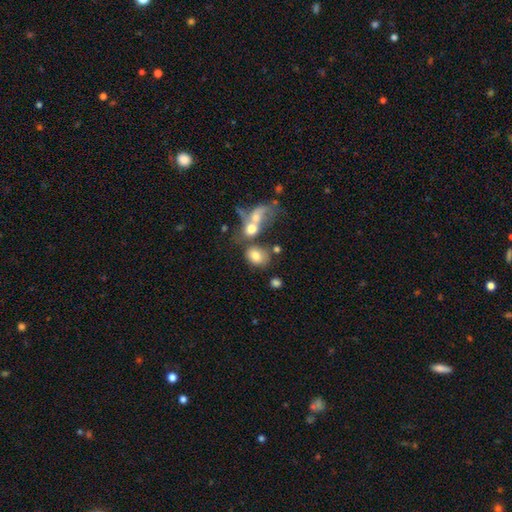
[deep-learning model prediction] A smooth galaxy with no disk features (74%) that is in between round and cigar-shaped (62%). Merging: merger (39%).